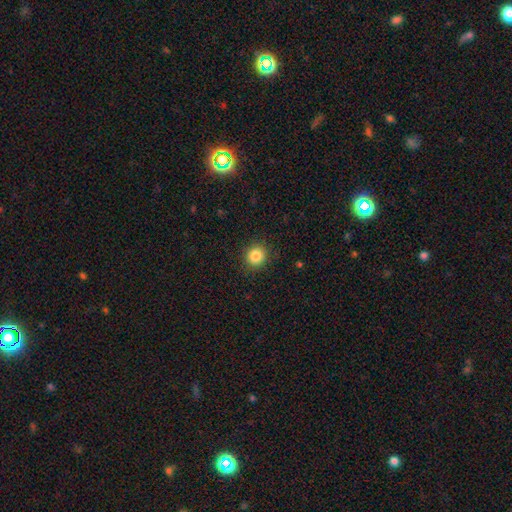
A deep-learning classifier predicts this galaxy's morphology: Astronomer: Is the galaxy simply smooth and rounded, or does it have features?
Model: smooth — 85%.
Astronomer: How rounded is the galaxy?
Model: round — 88%.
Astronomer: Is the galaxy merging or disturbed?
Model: none — 91%.